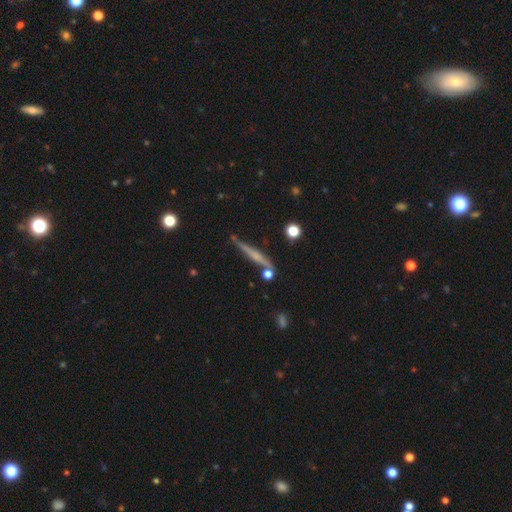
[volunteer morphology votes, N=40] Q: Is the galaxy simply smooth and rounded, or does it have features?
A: featured or disk — 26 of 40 (65%).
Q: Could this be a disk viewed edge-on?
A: yes — 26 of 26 (100%).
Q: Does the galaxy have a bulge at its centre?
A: none — 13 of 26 (50%).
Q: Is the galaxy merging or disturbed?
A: none — 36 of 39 (92%).